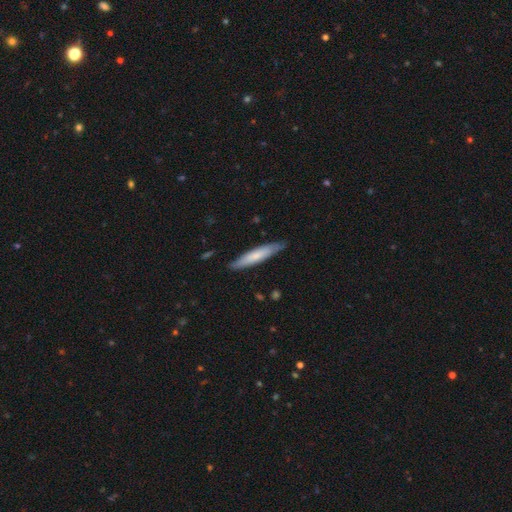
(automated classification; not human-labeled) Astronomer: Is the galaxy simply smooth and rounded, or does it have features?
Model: smooth — 67%.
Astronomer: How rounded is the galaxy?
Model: cigar-shaped — 87%.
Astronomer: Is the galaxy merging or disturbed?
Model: none — 85%.